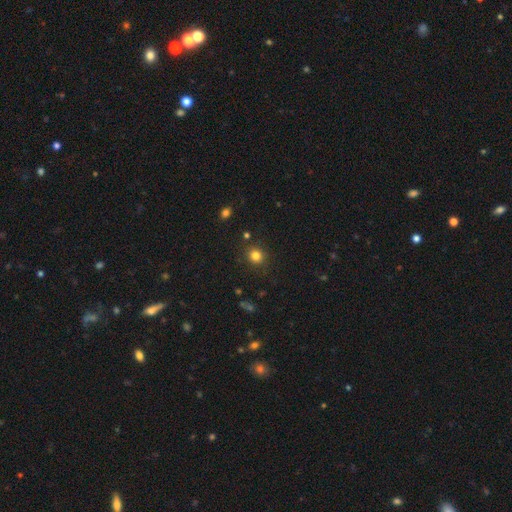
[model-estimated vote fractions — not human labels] Smooth or featured?
  - smooth: 81% *
  - star or artifact: 13%
  - featured or disk: 6%
How rounded?
  - round: 82% *
  - in between: 17%
  - cigar-shaped: 1%
Merging?
  - none: 86% *
  - minor disturbance: 9%
  - major disturbance: 3%
  - merger: 2%